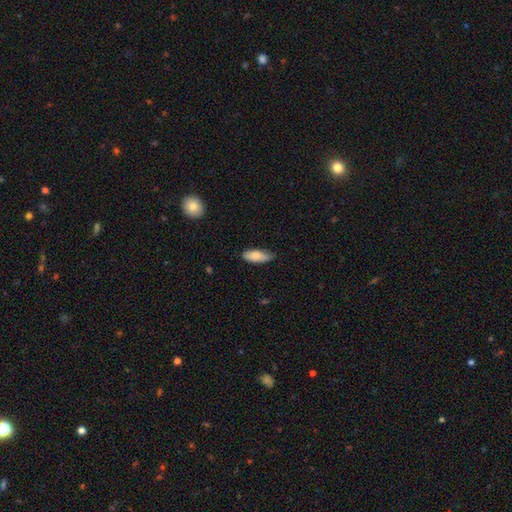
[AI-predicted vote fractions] Smooth or featured: smooth — 82% (featured or disk — 12%)
How rounded: in between — 74% (cigar-shaped — 24%)
Merging: none — 74% (minor disturbance — 21%)